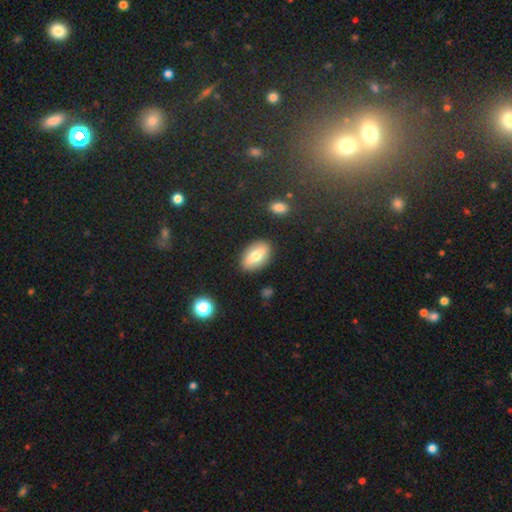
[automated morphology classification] type=smooth (68%); roundness=in between (89%); merging=none (86%).